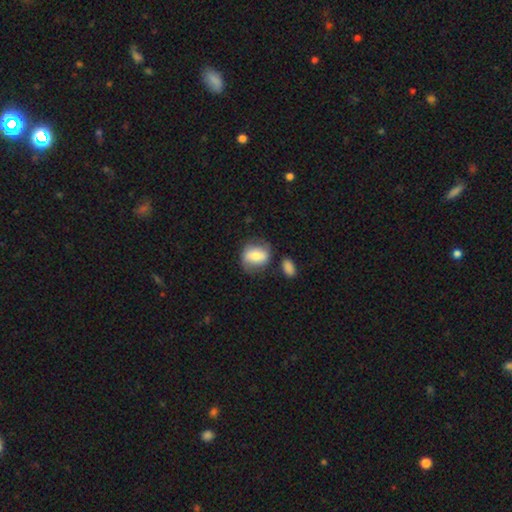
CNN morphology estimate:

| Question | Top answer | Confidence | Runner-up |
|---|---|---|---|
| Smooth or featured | smooth | 60% | featured or disk (33%) |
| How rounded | in between | 53% | round (45%) |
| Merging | none | 62% | minor disturbance (21%) |